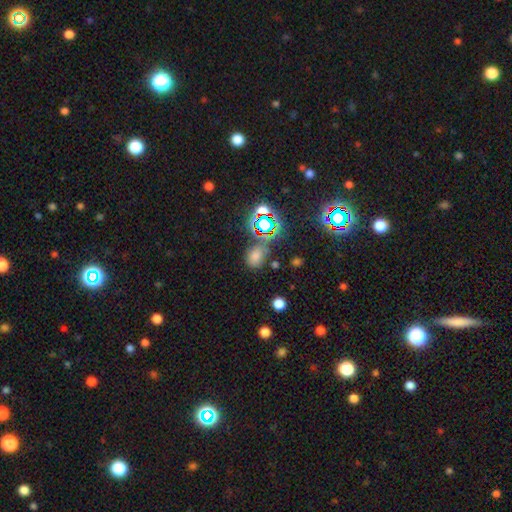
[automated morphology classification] A smooth galaxy with no disk features (59%) that is in between round and cigar-shaped (60%).

Vote fractions:
- Smooth or featured? smooth: 59% / star or artifact: 34% / featured or disk: 8%
- How rounded? in between: 60% / round: 38% / cigar-shaped: 2%
- Merging? none: 66% / minor disturbance: 18% / merger: 9% / major disturbance: 8%